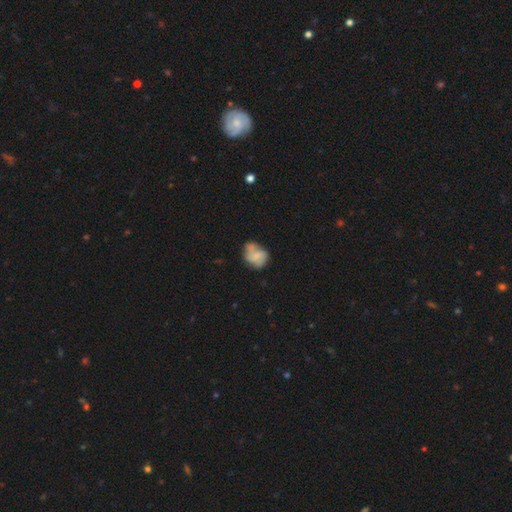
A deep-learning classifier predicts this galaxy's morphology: featured or disk 48%, smooth 44%, star or artifact 8%. Down the decision tree: merging — none (45%).